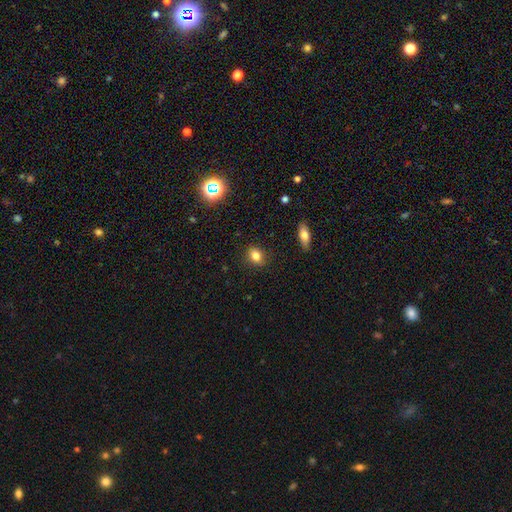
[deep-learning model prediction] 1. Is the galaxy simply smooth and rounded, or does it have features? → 81% smooth, 12% star or artifact, 7% featured or disk.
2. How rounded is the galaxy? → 51% in between, 48% round, 2% cigar-shaped.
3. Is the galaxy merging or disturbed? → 88% none, 9% minor disturbance, 2% major disturbance, 1% merger.